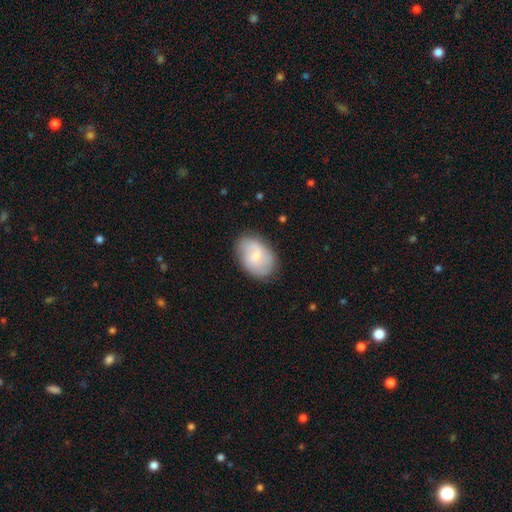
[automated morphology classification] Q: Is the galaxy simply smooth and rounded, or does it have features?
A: smooth — 51%.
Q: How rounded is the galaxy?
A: in between — 82%.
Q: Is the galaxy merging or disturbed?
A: none — 78%.